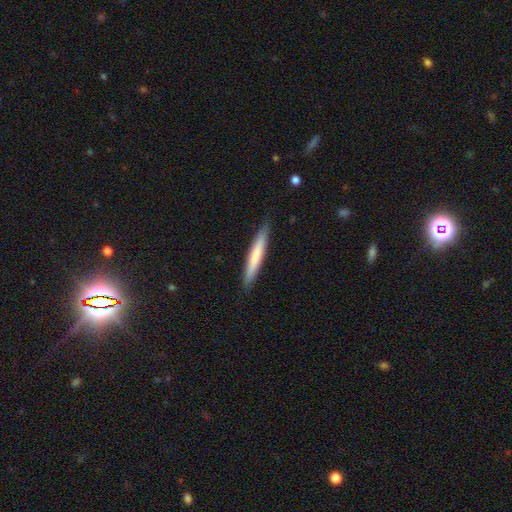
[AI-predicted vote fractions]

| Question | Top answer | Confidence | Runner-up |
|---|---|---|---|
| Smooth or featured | smooth | 70% | featured or disk (25%) |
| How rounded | cigar-shaped | 95% | in between (4%) |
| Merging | none | 89% | minor disturbance (9%) |